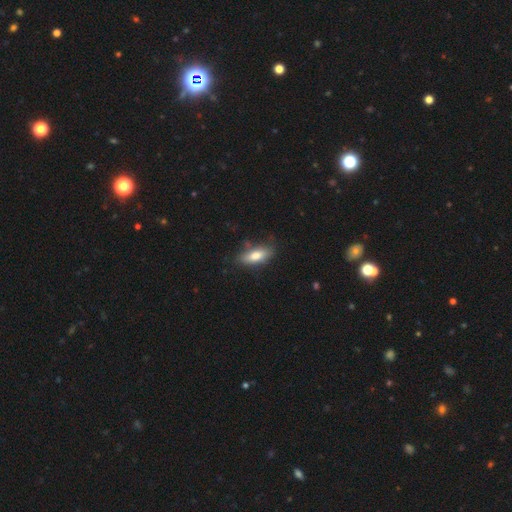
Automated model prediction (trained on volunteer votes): A smooth galaxy with no disk features (76%) that is in between round and cigar-shaped (74%).

Vote fractions:
- Smooth or featured? smooth: 76% / featured or disk: 17% / star or artifact: 7%
- How rounded? in between: 74% / cigar-shaped: 23% / round: 3%
- Merging? none: 75% / minor disturbance: 19% / major disturbance: 4% / merger: 3%